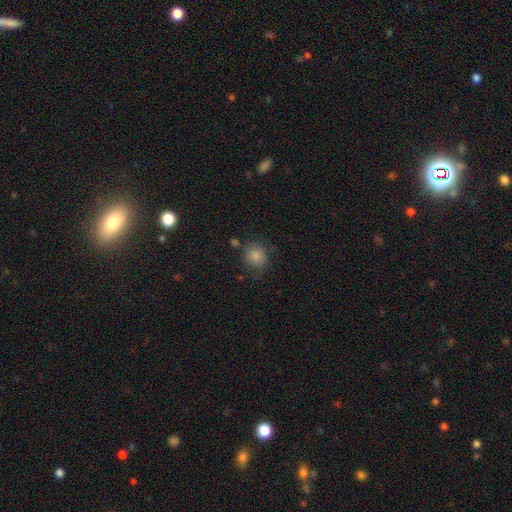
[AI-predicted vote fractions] Smooth or featured? smooth (83%)
How rounded? round (86%)
Merging? none (70%)